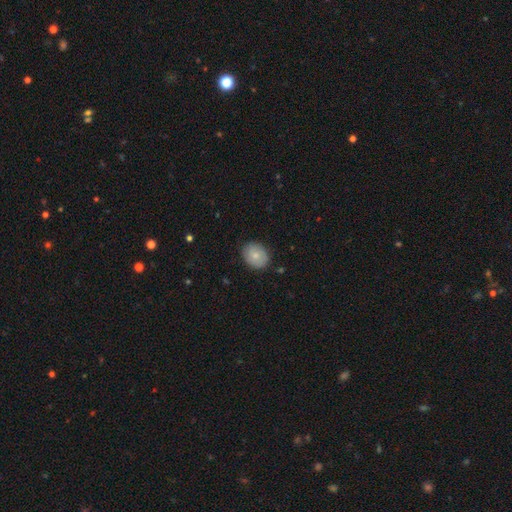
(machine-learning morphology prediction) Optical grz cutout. It shows a smooth galaxy with no disk features (75%) that is in between round and cigar-shaped (52%). Merging: none (85%).